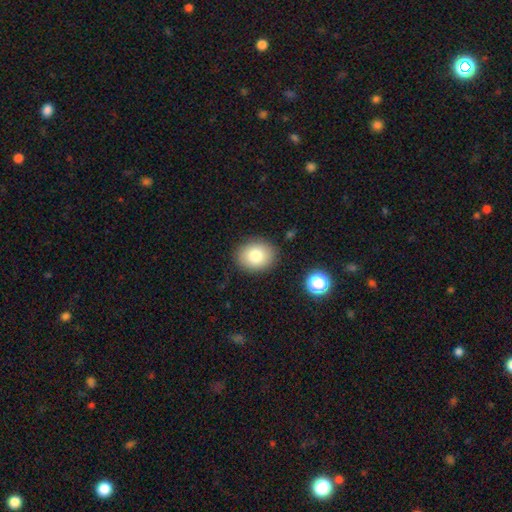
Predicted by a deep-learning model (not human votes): Overall: smooth (80%). How rounded: round (50%; in between 49%). Merging: none (86%).